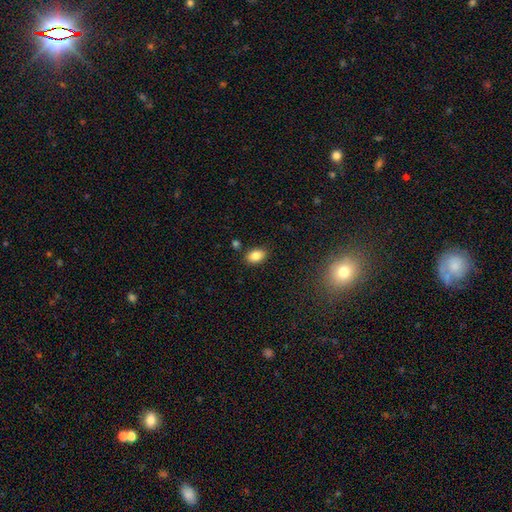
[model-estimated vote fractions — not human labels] smooth-or-featured: smooth: 85% | star or artifact: 9% | featured or disk: 6%
  how-rounded: in between: 84% | round: 15% | cigar-shaped: 1%
  merging: none: 82% | minor disturbance: 11% | merger: 4% | major disturbance: 3%